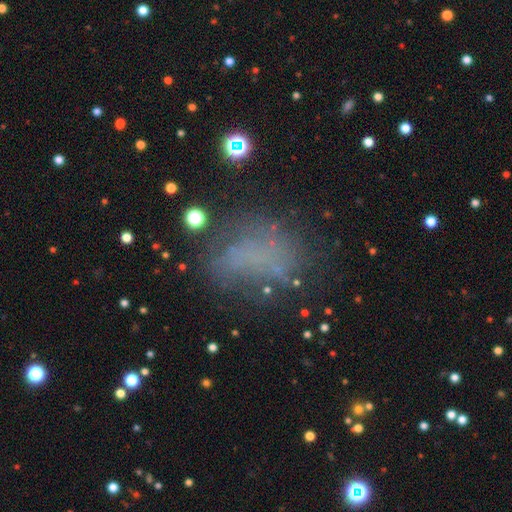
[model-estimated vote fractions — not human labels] A smooth galaxy with no disk features (54%) that is in between round and cigar-shaped (78%).

Vote fractions:
- Smooth or featured? smooth: 54% / star or artifact: 27% / featured or disk: 20%
- How rounded? in between: 78% / round: 18% / cigar-shaped: 4%
- Merging? none: 57% / minor disturbance: 20% / major disturbance: 18% / merger: 5%